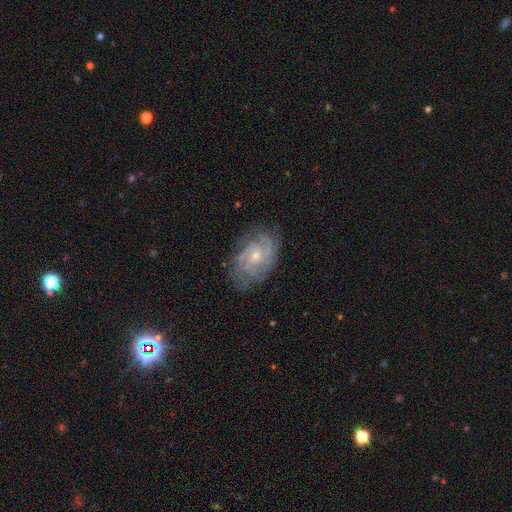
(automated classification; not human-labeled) Smooth or featured? Predicted: featured or disk (p=0.83). Edge-on disk? Predicted: no (p=0.97). Bar? Predicted: no (p=0.68). Spiral arms? Predicted: yes (p=0.96). Spiral winding? Predicted: tight (p=0.57). Spiral arm count? Predicted: can't tell (p=0.30). Bulge size? Predicted: small (p=0.58). Merging? Predicted: none (p=0.76).